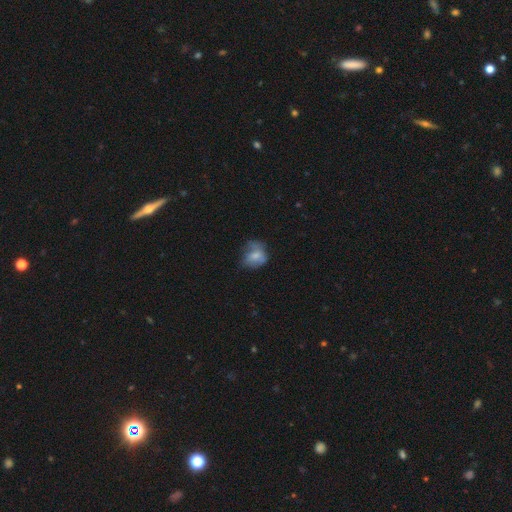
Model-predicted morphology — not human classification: This is likely a smooth galaxy (66%). How rounded: possibly round (52%). Merging: marginally none (43%).